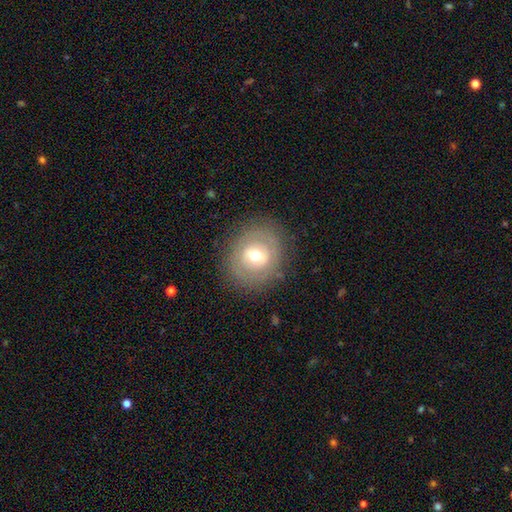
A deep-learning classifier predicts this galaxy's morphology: Q: Smooth or featured?
A: smooth (50%); runner-up: featured or disk (41%)
Q: Merging?
A: none (82%); runner-up: minor disturbance (12%)